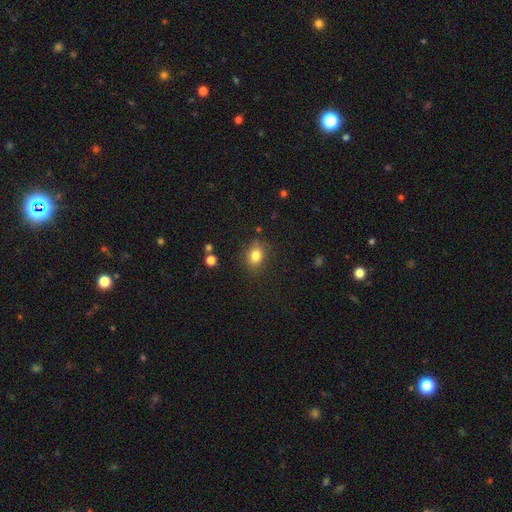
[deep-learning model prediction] A smooth galaxy with no disk features (81%) that is in between round and cigar-shaped (56%). Merging: none (80%).